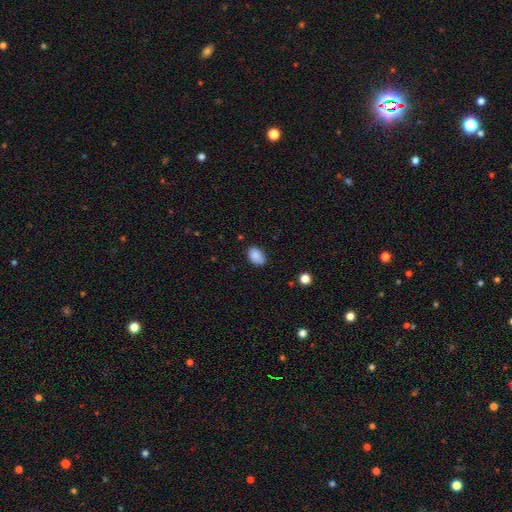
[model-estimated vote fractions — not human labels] Smooth or featured? smooth (87%)
How rounded? in between (84%)
Merging? none (78%)